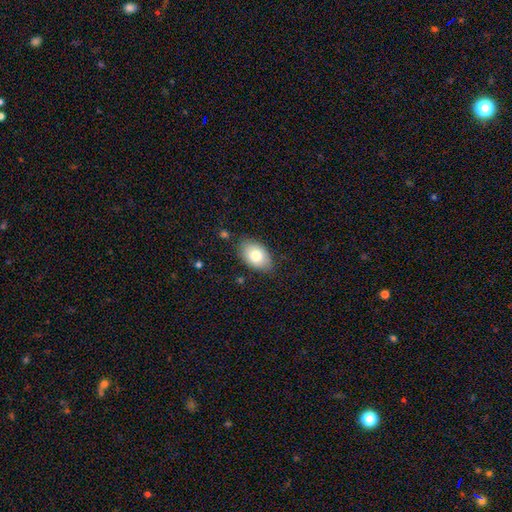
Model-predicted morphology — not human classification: Smooth or featured?
  - smooth: 77% *
  - featured or disk: 16%
  - star or artifact: 7%
How rounded?
  - in between: 90% *
  - round: 9%
  - cigar-shaped: 1%
Merging?
  - none: 79% *
  - minor disturbance: 16%
  - major disturbance: 3%
  - merger: 2%